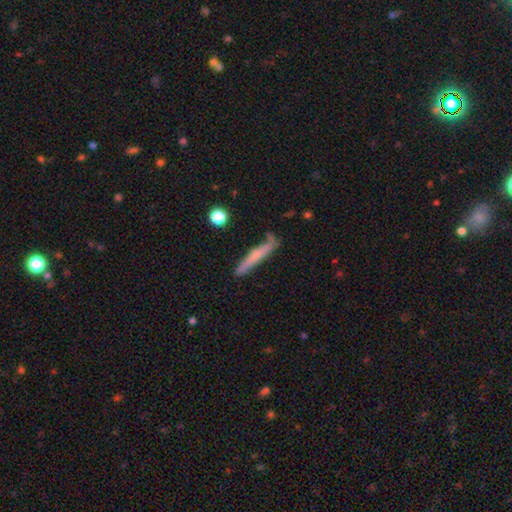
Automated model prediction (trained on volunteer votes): This is possibly a smooth galaxy (58%). How rounded: clearly cigar-shaped (94%). Merging: likely none (69%).